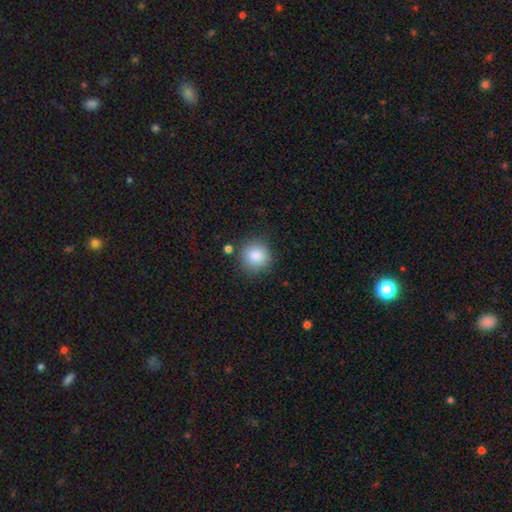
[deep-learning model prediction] Smooth or featured? Predicted: smooth (p=0.87). How rounded? Predicted: round (p=0.91). Merging? Predicted: none (p=0.84).